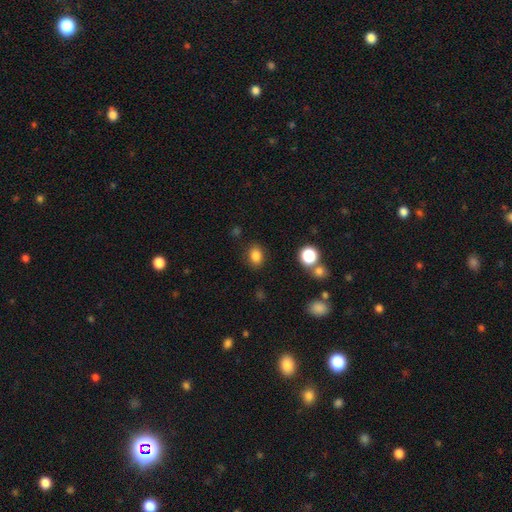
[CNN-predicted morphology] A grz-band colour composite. It shows a smooth galaxy with no disk features (83%) that is in between round and cigar-shaped (62%). Merging: none (85%).